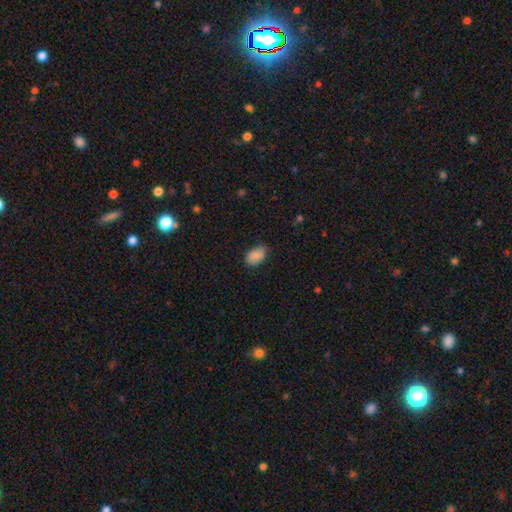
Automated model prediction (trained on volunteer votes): smooth_or_featured: smooth (p=0.83) [alt: featured or disk p=0.10]
how_rounded: in between (p=0.87) [alt: round p=0.11]
merging: none (p=0.70) [alt: minor disturbance p=0.25]